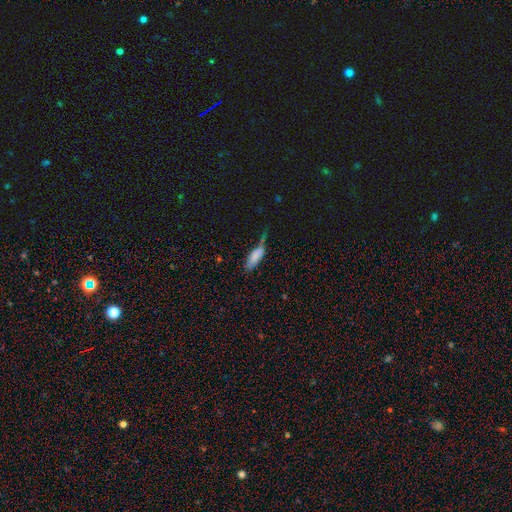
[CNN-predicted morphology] Smooth or featured: smooth — 79% (featured or disk — 13%)
How rounded: in between — 66% (cigar-shaped — 32%)
Merging: minor disturbance — 36% (none — 35%)